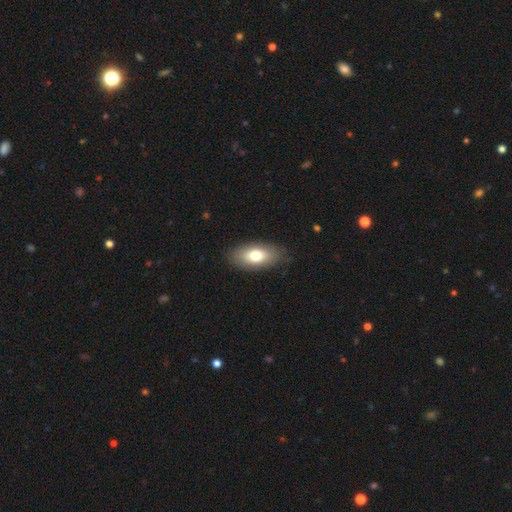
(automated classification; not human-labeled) Smooth or featured? smooth (73%)
How rounded? in between (89%)
Merging? none (84%)